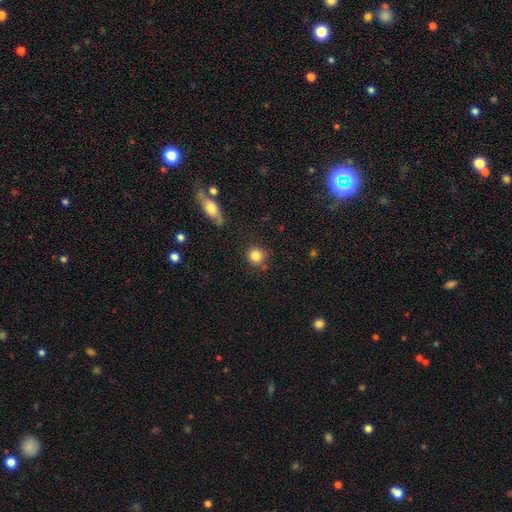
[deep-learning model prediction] Smooth or featured? Predicted: smooth (p=0.84). How rounded? Predicted: round (p=0.90). Merging? Predicted: none (p=0.81).